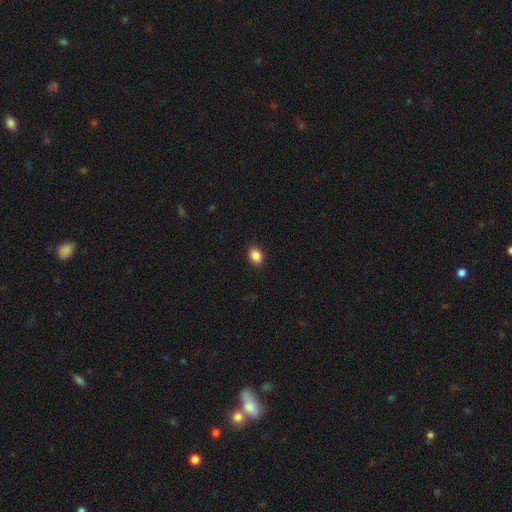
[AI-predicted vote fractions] Morphology: type=smooth (87%); roundness=in between (65%); merging=none (91%).